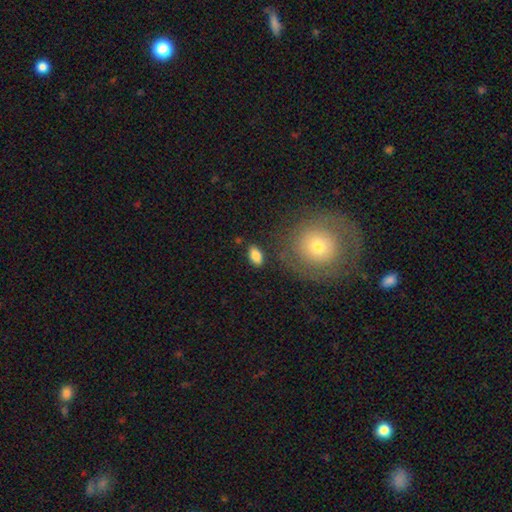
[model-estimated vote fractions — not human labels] Overall: smooth (83%). How rounded: in between (89%). Merging: none (83%).